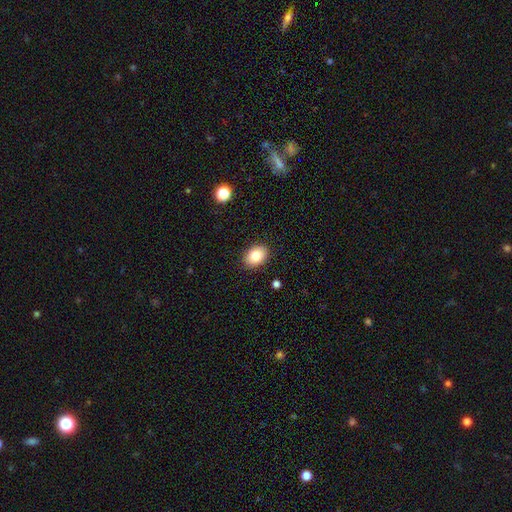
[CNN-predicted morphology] Smooth or featured? Predicted: smooth (p=0.82). How rounded? Predicted: in between (p=0.73). Merging? Predicted: none (p=0.89).